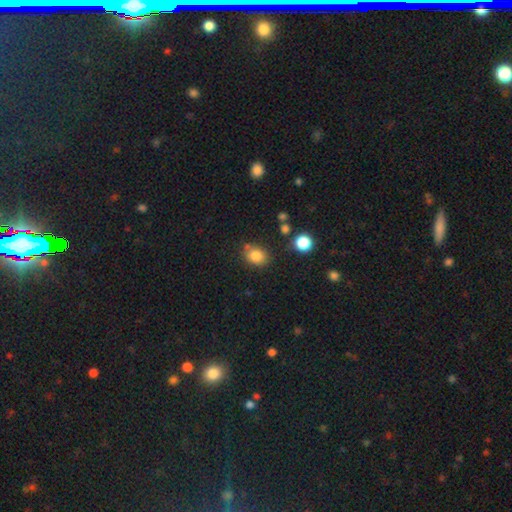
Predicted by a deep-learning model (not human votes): A smooth galaxy with no disk features (83%) that is round (50%).

Vote fractions:
- Smooth or featured? smooth: 83% / star or artifact: 11% / featured or disk: 6%
- How rounded? round: 50% / in between: 49% / cigar-shaped: 1%
- Merging? none: 73% / minor disturbance: 15% / merger: 7% / major disturbance: 4%